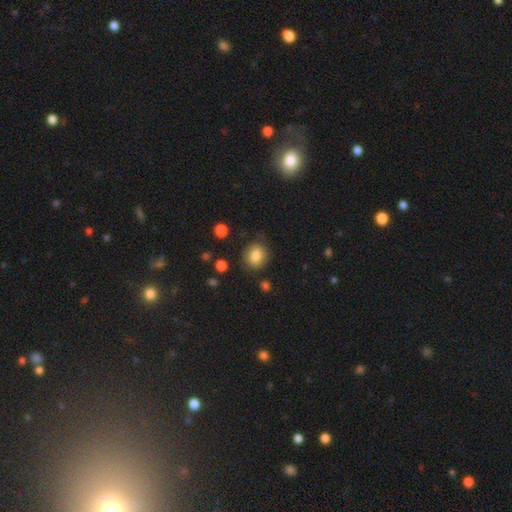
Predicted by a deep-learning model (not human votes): A smooth galaxy with no disk features (83%) that is round (68%). Merging: none (80%).